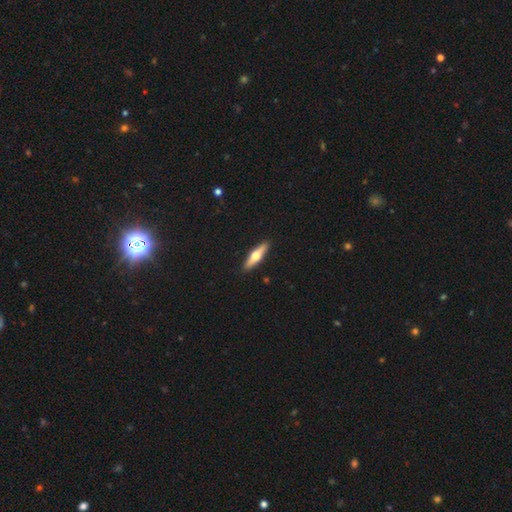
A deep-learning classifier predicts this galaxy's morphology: smooth-or-featured: featured or disk: 52% | smooth: 43% | star or artifact: 5%
  disk-edge-on: yes: 93% | no: 7%
  merging: none: 91% | minor disturbance: 6% | major disturbance: 1% | merger: 1%